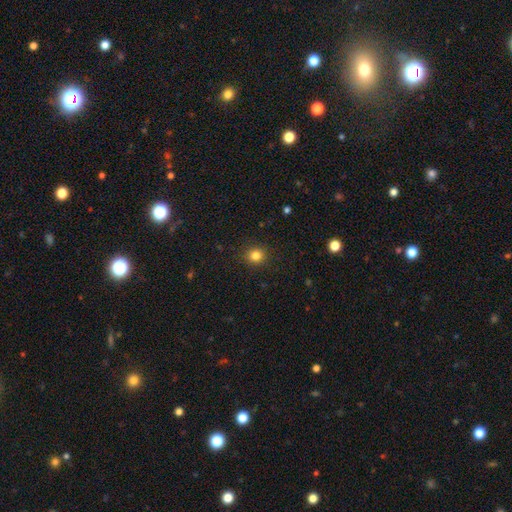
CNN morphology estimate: Overall: smooth (82%). How rounded: round (89%). Merging: none (91%).